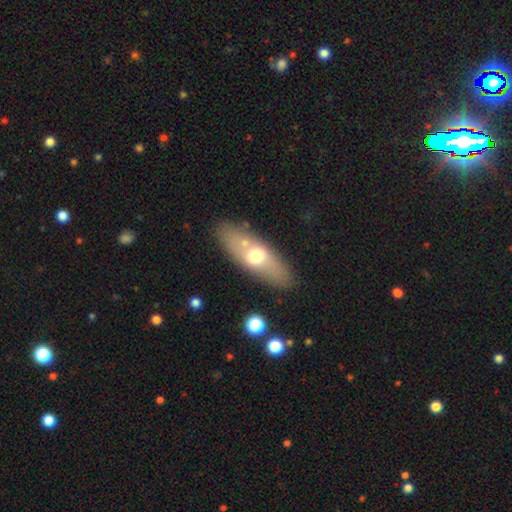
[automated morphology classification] Smooth or featured? Predicted: smooth (p=0.56). How rounded? Predicted: in between (p=0.64). Merging? Predicted: none (p=0.79).